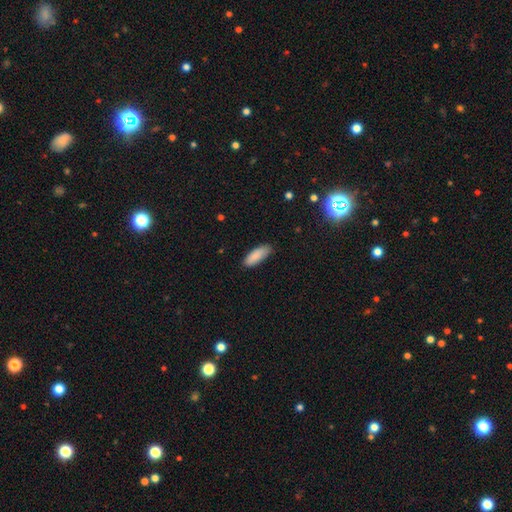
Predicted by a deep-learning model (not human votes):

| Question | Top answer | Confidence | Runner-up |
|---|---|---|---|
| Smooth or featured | smooth | 89% | star or artifact (6%) |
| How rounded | in between | 68% | cigar-shaped (30%) |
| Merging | none | 83% | minor disturbance (14%) |